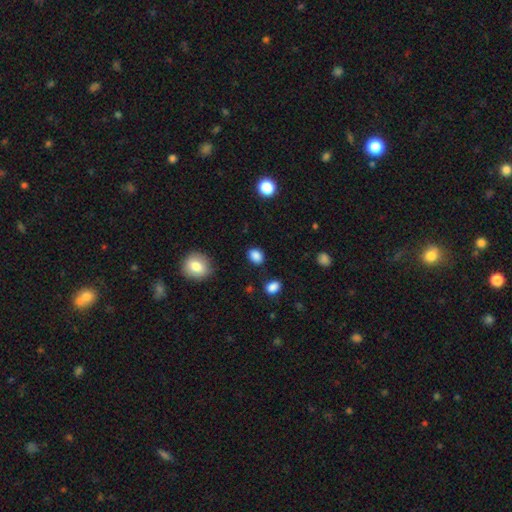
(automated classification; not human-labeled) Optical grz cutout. It shows a smooth galaxy with no disk features (86%) that is in between round and cigar-shaped (67%). Merging: none (82%).